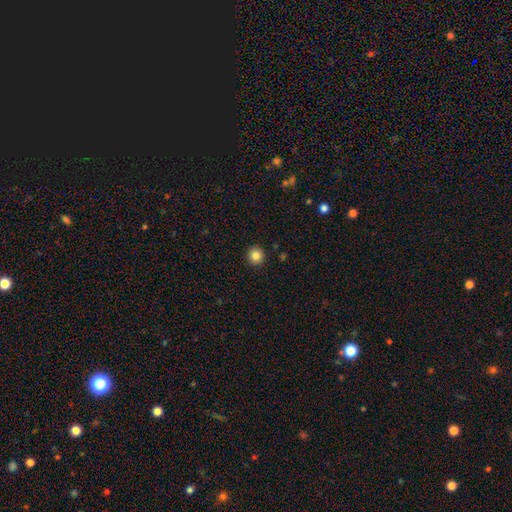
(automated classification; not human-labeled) smooth 84%, star or artifact 11%, featured or disk 5%. Down the decision tree: how rounded — round (94%); merging — none (93%).